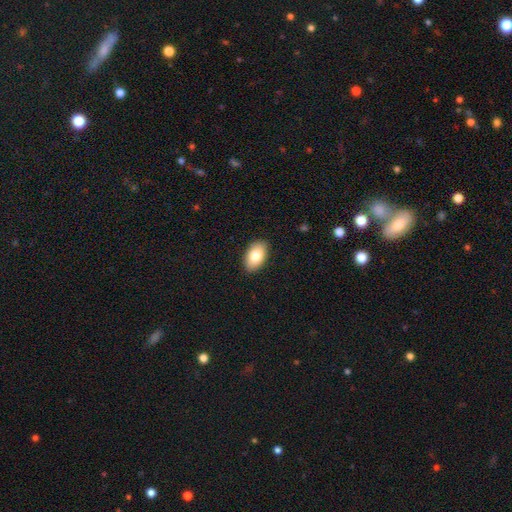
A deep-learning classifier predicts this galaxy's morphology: Smooth or featured: smooth — 81% (featured or disk — 12%)
How rounded: in between — 93% (round — 5%)
Merging: none — 89% (minor disturbance — 9%)